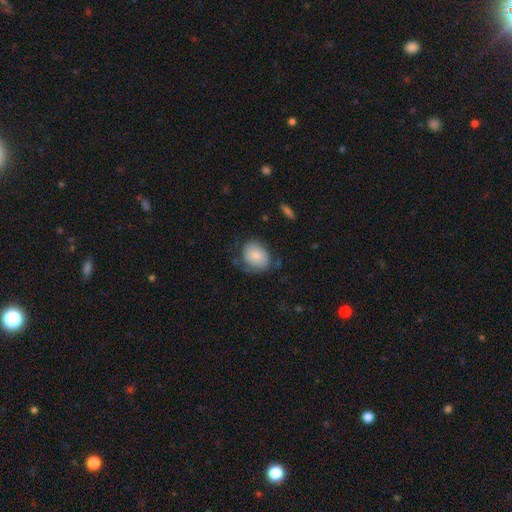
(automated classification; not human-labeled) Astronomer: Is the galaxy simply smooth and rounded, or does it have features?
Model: smooth — 75%.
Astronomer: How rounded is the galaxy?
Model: in between — 51% (runner-up: round, 49%).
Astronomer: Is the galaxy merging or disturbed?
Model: none — 57%.